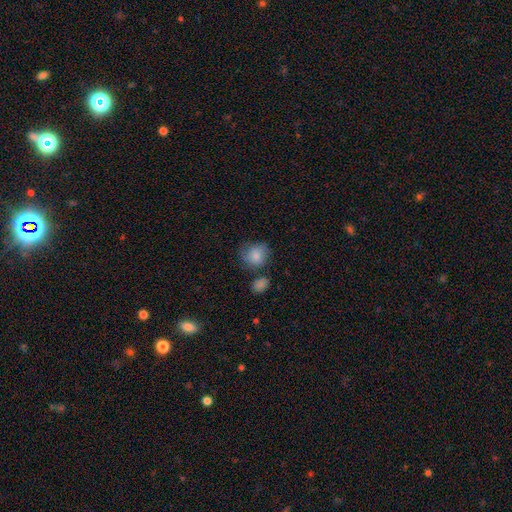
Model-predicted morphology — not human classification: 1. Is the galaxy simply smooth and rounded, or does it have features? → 80% smooth, 12% featured or disk, 8% star or artifact.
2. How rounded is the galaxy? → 72% round, 27% in between, 1% cigar-shaped.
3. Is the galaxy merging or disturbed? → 56% none, 25% minor disturbance, 10% major disturbance, 9% merger.